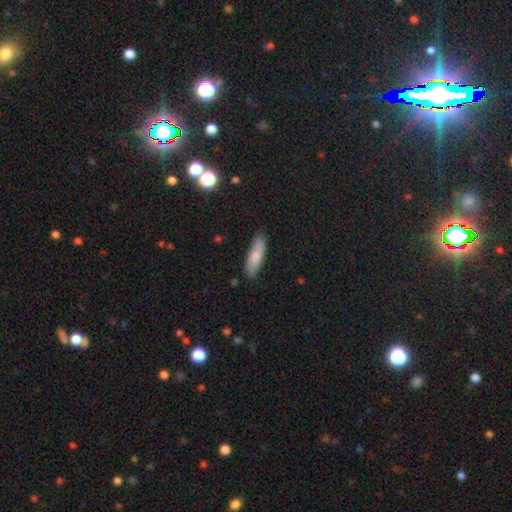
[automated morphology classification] Q: Smooth or featured?
A: smooth (78%); runner-up: featured or disk (16%)
Q: How rounded?
A: cigar-shaped (52%); runner-up: in between (47%)
Q: Merging?
A: none (81%); runner-up: minor disturbance (15%)